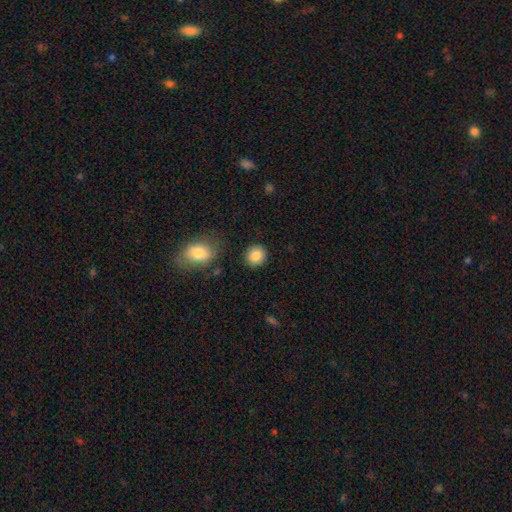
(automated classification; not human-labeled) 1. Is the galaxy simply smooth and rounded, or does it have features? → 87% smooth, 8% star or artifact, 5% featured or disk.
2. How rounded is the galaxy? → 83% round, 16% in between, 1% cigar-shaped.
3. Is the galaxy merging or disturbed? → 88% none, 7% minor disturbance, 3% major disturbance, 2% merger.